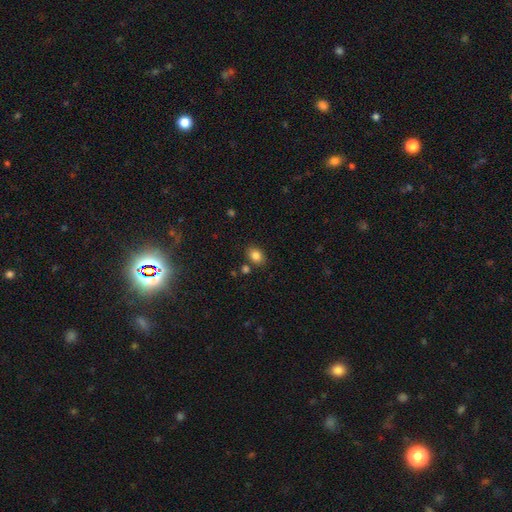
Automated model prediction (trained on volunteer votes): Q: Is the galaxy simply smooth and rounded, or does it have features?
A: smooth — 84%.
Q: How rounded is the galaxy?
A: in between — 66%.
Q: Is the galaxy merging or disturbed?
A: none — 80%.